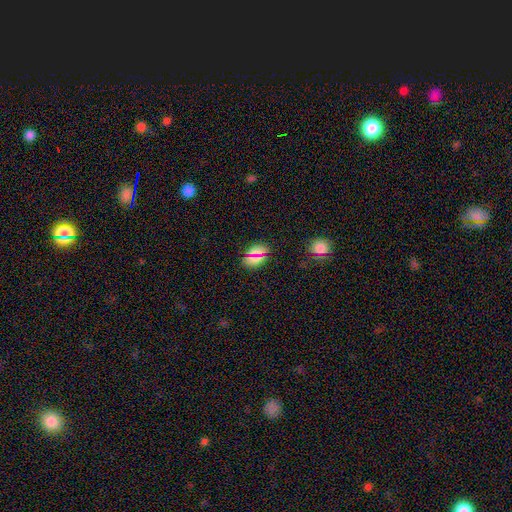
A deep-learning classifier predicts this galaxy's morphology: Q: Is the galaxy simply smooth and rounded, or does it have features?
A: smooth — 73%.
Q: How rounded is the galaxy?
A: in between — 78%.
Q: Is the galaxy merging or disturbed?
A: none — 86%.